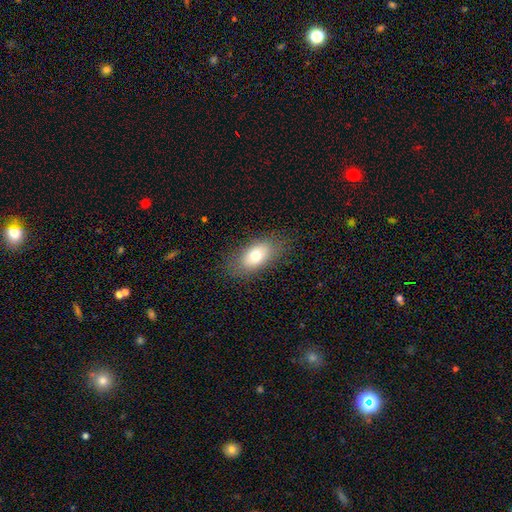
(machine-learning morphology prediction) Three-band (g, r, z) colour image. It shows a smooth galaxy with no disk features (72%) that is in between round and cigar-shaped (88%). Merging: none (81%).